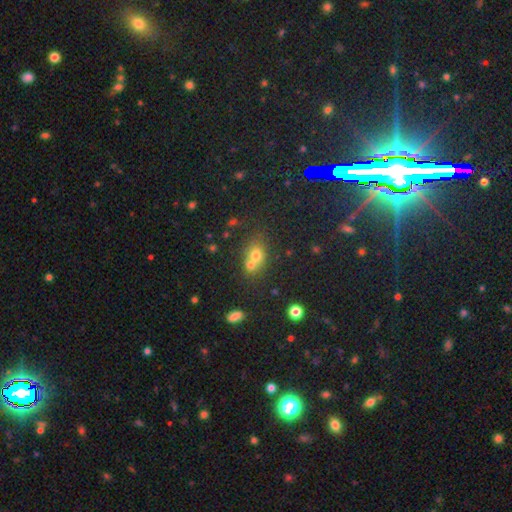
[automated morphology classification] Q: Smooth or featured?
A: smooth (68%); runner-up: star or artifact (17%)
Q: How rounded?
A: round (59%); runner-up: in between (40%)
Q: Merging?
A: merger (54%); runner-up: none (35%)